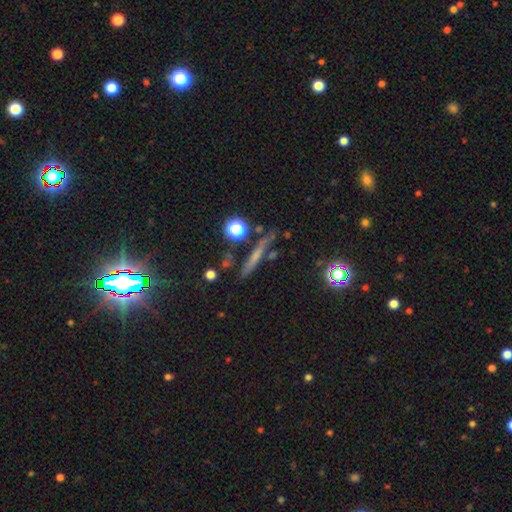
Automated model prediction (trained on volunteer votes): smooth 46%, featured or disk 37%, star or artifact 17%. Down the decision tree: merging — none (77%).